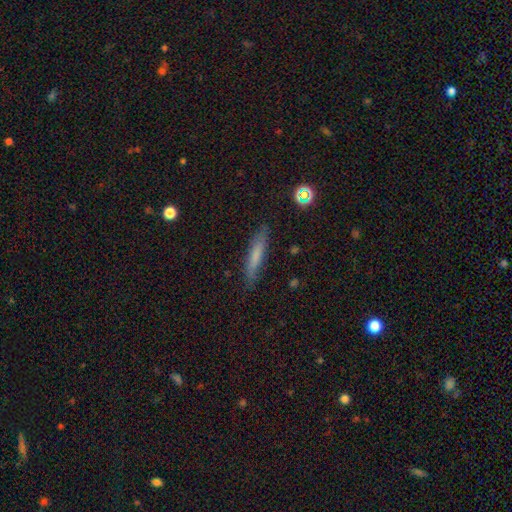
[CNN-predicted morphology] Smooth or featured?
  - smooth: 67% *
  - featured or disk: 25%
  - star or artifact: 8%
How rounded?
  - cigar-shaped: 89% *
  - in between: 9%
  - round: 2%
Merging?
  - none: 84% *
  - minor disturbance: 12%
  - major disturbance: 3%
  - merger: 1%